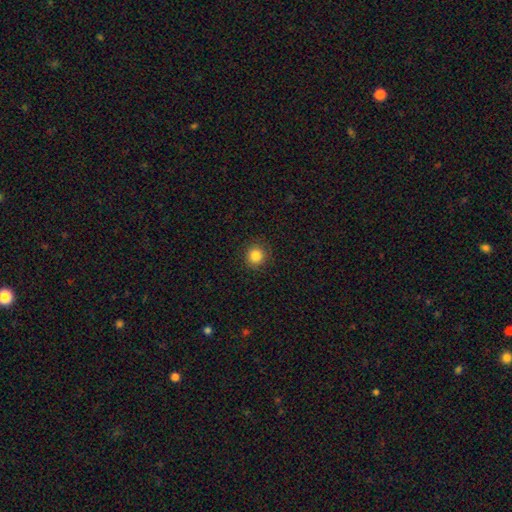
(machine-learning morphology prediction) Smooth or featured? smooth (85%)
How rounded? round (92%)
Merging? none (90%)